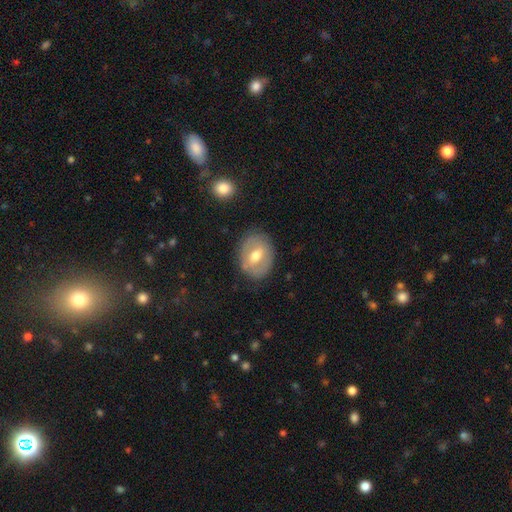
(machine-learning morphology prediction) Q: Smooth or featured?
A: smooth (47%); runner-up: featured or disk (46%)
Q: Merging?
A: none (81%); runner-up: minor disturbance (13%)